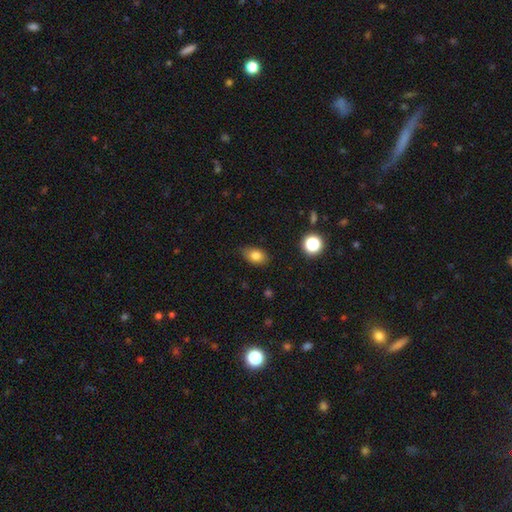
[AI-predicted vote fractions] Q: Smooth or featured?
A: smooth (80%); runner-up: star or artifact (10%)
Q: How rounded?
A: in between (83%); runner-up: round (15%)
Q: Merging?
A: none (79%); runner-up: minor disturbance (17%)